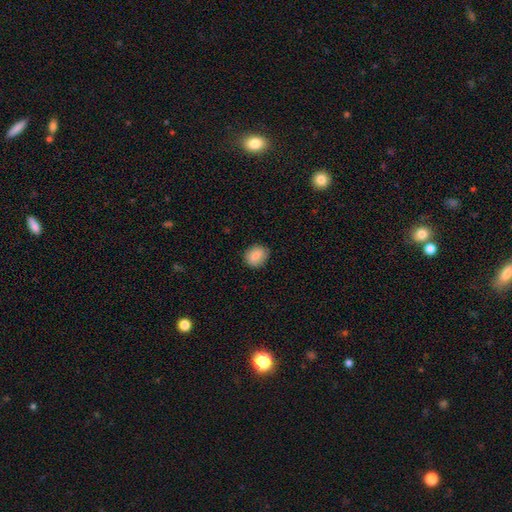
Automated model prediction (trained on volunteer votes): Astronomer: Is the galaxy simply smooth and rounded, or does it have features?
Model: smooth — 84%.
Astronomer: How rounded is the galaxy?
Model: round — 66%.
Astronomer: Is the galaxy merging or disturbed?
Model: none — 85%.